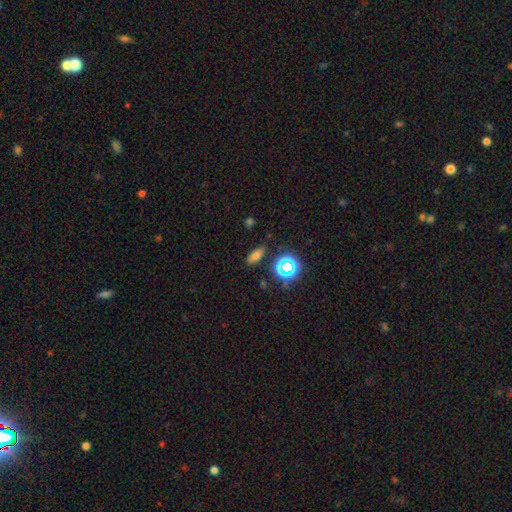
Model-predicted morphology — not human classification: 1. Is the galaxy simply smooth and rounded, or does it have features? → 68% smooth, 20% star or artifact, 12% featured or disk.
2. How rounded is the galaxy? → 65% in between, 25% cigar-shaped, 10% round.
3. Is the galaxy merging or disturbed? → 81% none, 13% minor disturbance, 3% major disturbance, 3% merger.